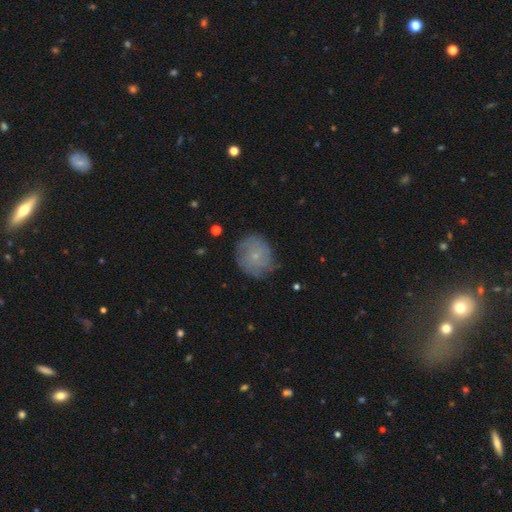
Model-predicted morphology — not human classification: smooth_or_featured: smooth (p=0.49) [alt: featured or disk p=0.41]
merging: none (p=0.73) [alt: minor disturbance p=0.20]